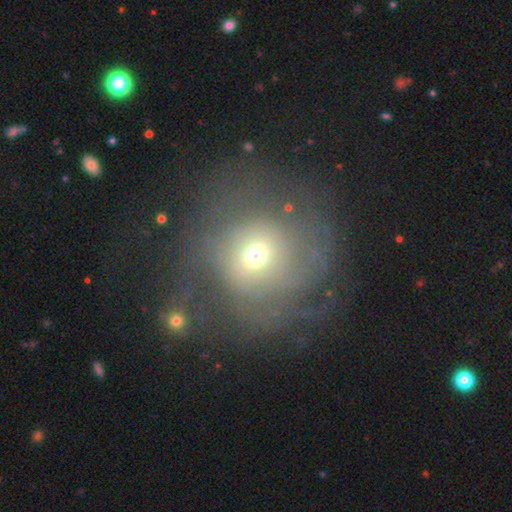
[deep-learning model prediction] smooth_or_featured: featured or disk (p=0.44) [alt: smooth p=0.41]
merging: none (p=0.47) [alt: major disturbance p=0.30]